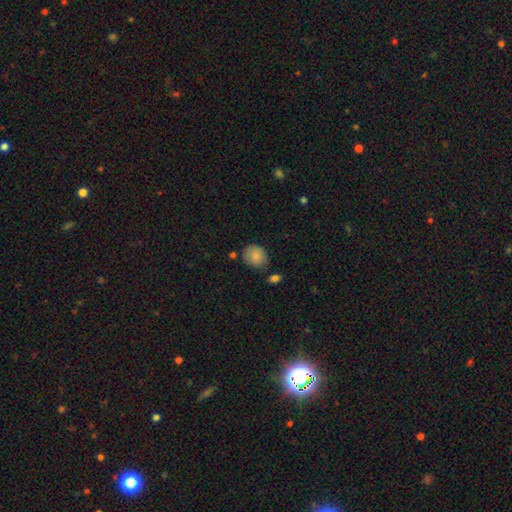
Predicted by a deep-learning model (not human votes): smooth 85%, star or artifact 8%, featured or disk 7%. Down the decision tree: how rounded — round (71%); merging — none (73%).